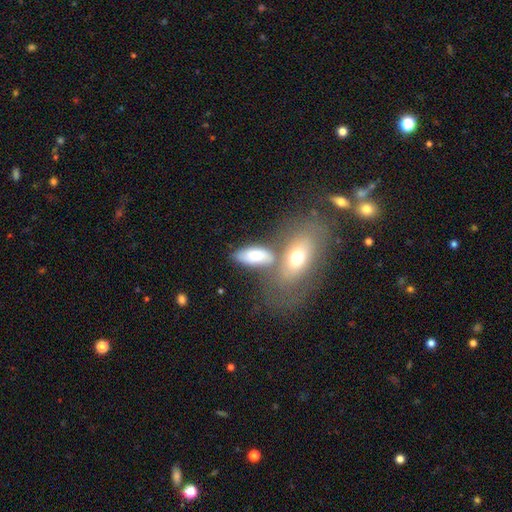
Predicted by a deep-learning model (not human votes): This appears to be a smooth galaxy with no disk features (71%) that is in between round and cigar-shaped (86%). Merging: none (38%).